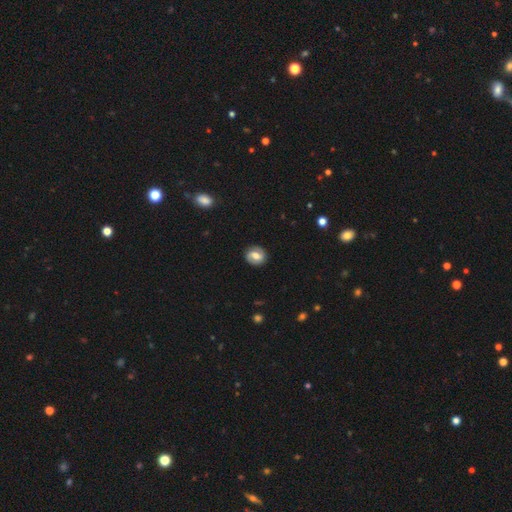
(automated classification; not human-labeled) Smooth or featured: smooth — 47% (featured or disk — 45%)
Merging: none — 85% (minor disturbance — 10%)